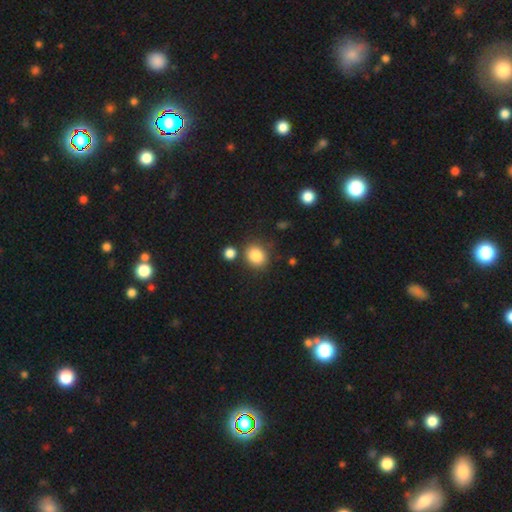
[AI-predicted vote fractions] Smooth or featured? smooth (85%)
How rounded? round (69%)
Merging? none (76%)